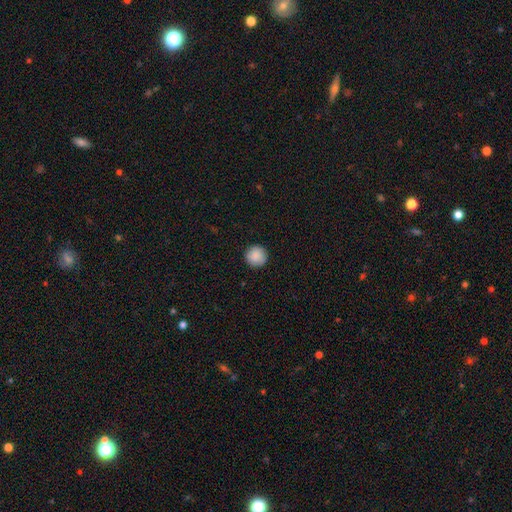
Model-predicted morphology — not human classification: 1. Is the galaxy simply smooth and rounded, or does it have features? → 89% smooth, 7% star or artifact, 4% featured or disk.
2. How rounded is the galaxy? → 96% round, 3% in between, 1% cigar-shaped.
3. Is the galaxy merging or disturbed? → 92% none, 6% minor disturbance, 2% major disturbance, 1% merger.